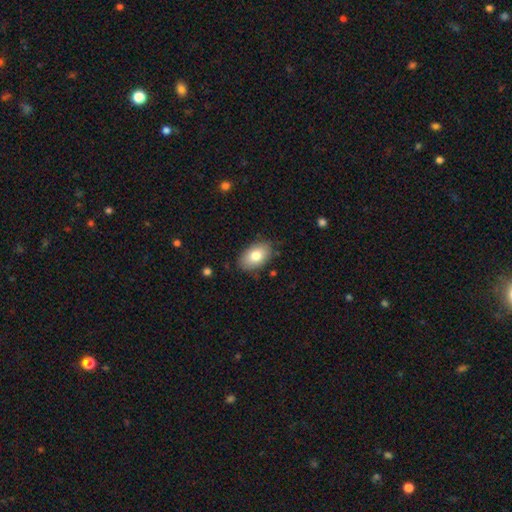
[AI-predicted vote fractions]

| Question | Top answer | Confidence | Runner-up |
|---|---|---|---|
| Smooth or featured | smooth | 80% | featured or disk (13%) |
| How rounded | in between | 91% | round (7%) |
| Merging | none | 82% | minor disturbance (13%) |